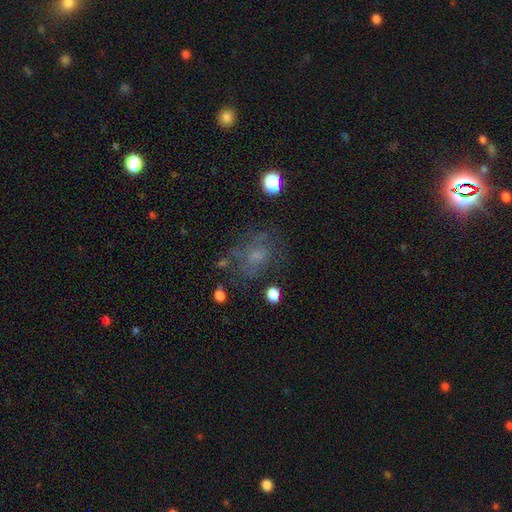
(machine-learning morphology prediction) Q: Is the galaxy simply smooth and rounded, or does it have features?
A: smooth — 42%.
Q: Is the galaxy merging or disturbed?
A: none — 56%.